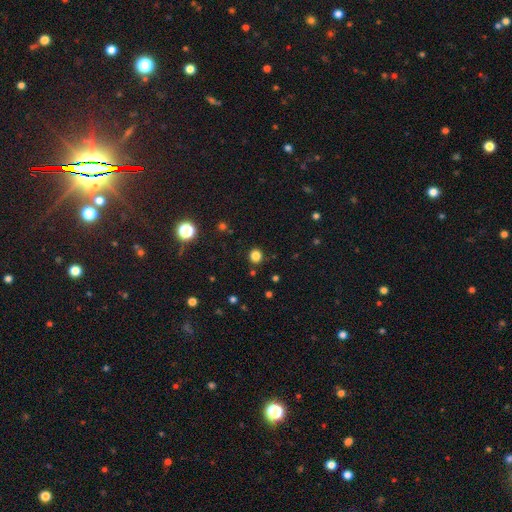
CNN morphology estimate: smooth 82%, star or artifact 15%, featured or disk 4%. Down the decision tree: how rounded — round (89%); merging — none (90%).